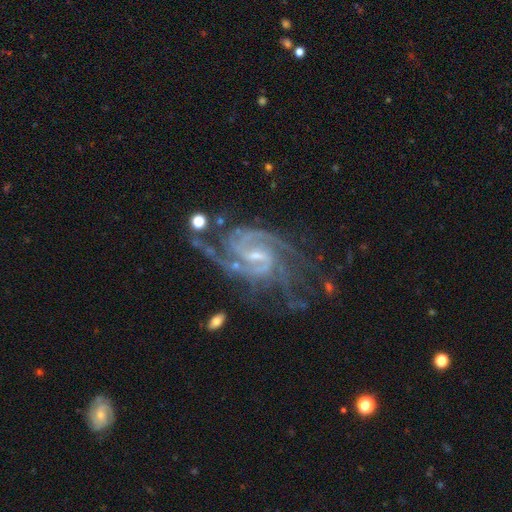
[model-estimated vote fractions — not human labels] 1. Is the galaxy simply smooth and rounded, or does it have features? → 92% featured or disk, 5% star or artifact, 3% smooth.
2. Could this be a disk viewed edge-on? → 98% no, 2% yes.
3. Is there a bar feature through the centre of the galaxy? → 54% weak, 27% strong, 19% no.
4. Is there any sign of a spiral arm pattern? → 98% yes, 2% no.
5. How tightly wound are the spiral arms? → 48% medium, 43% tight, 9% loose.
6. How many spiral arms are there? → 48% 2, 19% 3, 12% can't tell, 9% 4, 6% more than 4, 6% 1.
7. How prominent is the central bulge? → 65% small, 25% moderate, 7% none, 1% large, 1% dominant.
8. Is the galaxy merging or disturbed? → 59% none, 21% minor disturbance, 16% major disturbance, 4% merger.